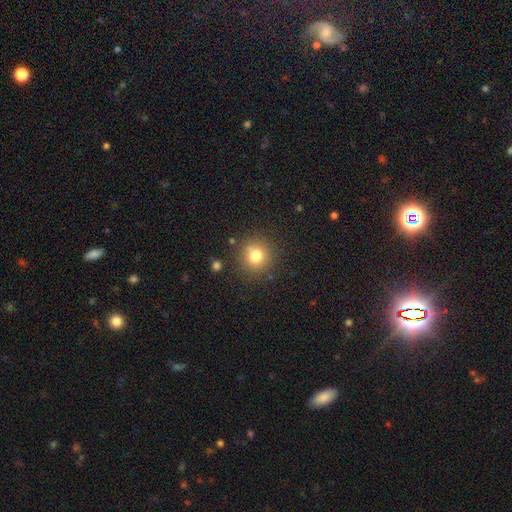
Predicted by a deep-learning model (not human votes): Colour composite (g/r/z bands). It shows a smooth galaxy with no disk features (77%) that is round (93%). Merging: none (84%).